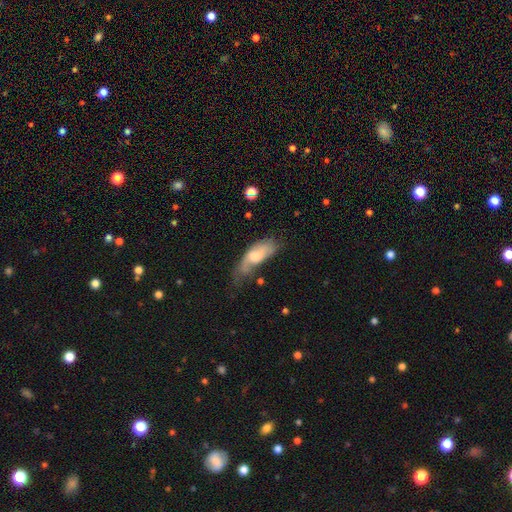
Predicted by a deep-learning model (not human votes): smooth-or-featured: smooth: 52% | featured or disk: 40% | star or artifact: 7%
  how-rounded: in between: 75% | cigar-shaped: 23% | round: 3%
  merging: minor disturbance: 34% | major disturbance: 32% | none: 30% | merger: 5%